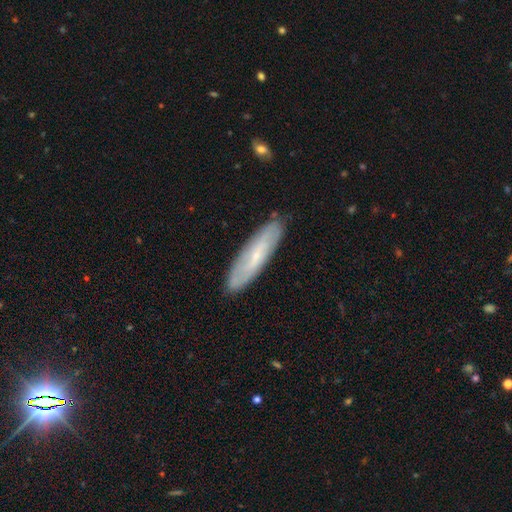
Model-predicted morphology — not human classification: A featured or disk galaxy (50%).

Vote fractions:
- Smooth or featured? featured or disk: 50% / smooth: 43% / star or artifact: 7%
- Merging? none: 86% / minor disturbance: 10% / major disturbance: 2% / merger: 1%